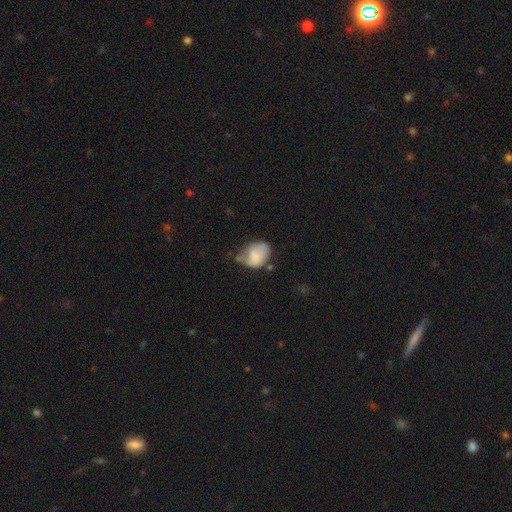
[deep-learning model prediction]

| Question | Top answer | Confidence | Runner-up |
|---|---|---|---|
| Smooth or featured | smooth | 71% | featured or disk (22%) |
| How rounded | in between | 65% | round (34%) |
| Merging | minor disturbance | 40% | none (32%) |